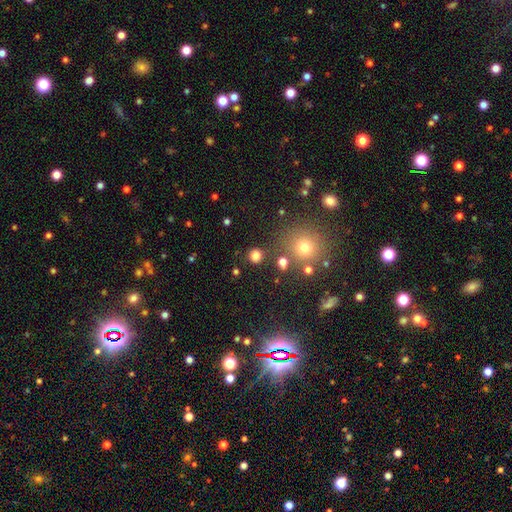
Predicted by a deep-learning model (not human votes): Smooth or featured? smooth (77%)
How rounded? round (90%)
Merging? none (85%)